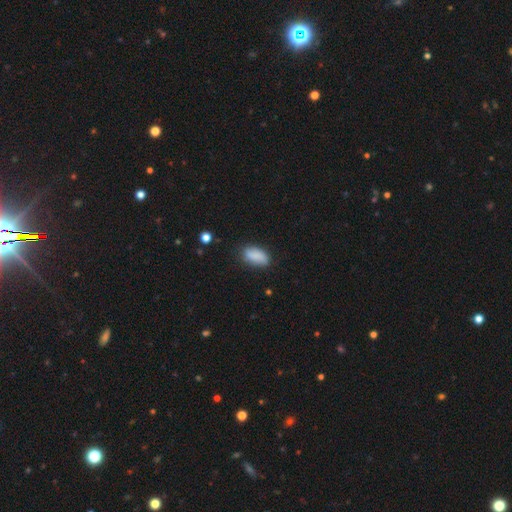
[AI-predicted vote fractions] Q: Smooth or featured?
A: smooth (84%); runner-up: featured or disk (8%)
Q: How rounded?
A: in between (89%); runner-up: cigar-shaped (7%)
Q: Merging?
A: none (74%); runner-up: minor disturbance (19%)